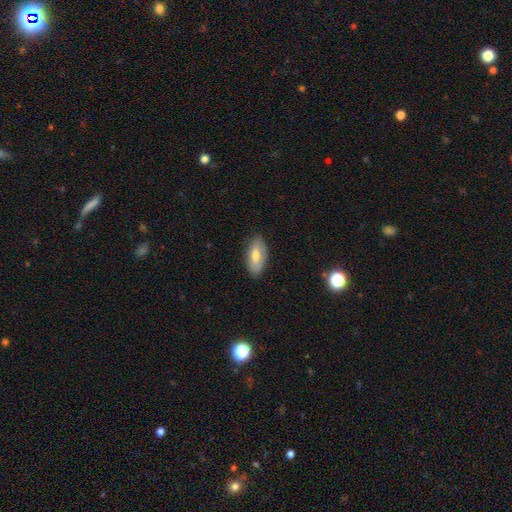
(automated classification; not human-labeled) Q: Smooth or featured?
A: smooth (60%); runner-up: featured or disk (32%)
Q: How rounded?
A: in between (90%); runner-up: cigar-shaped (7%)
Q: Merging?
A: none (85%); runner-up: minor disturbance (11%)